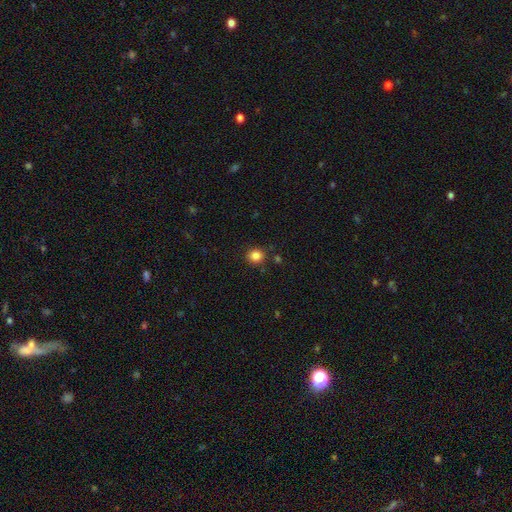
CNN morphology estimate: Overall: smooth (85%). How rounded: round (87%). Merging: none (86%).